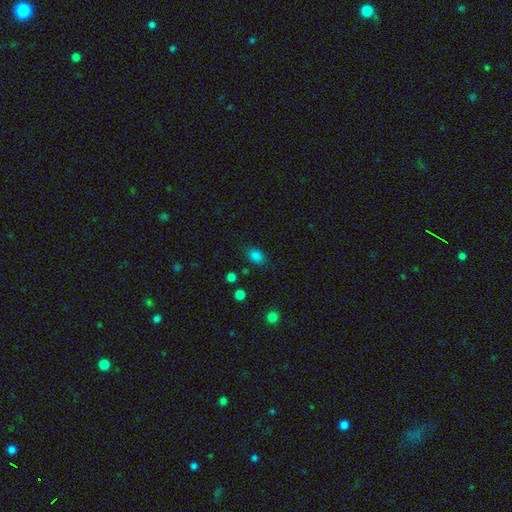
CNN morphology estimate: A smooth galaxy with no disk features (82%) that is in between round and cigar-shaped (76%). Merging: none (80%).